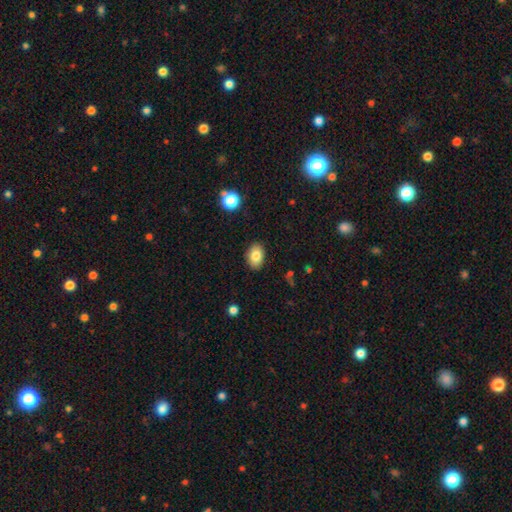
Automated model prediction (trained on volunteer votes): smooth_or_featured: smooth (p=0.83) [alt: featured or disk p=0.09]
how_rounded: in between (p=0.82) [alt: round p=0.17]
merging: none (p=0.88) [alt: minor disturbance p=0.09]